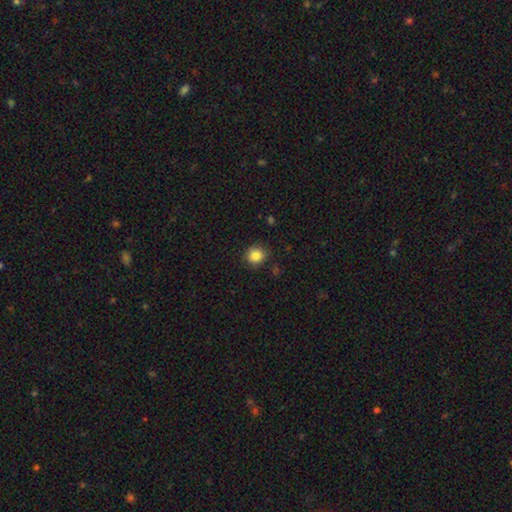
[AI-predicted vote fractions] Smooth or featured?
  - smooth: 85% *
  - star or artifact: 10%
  - featured or disk: 5%
How rounded?
  - round: 82% *
  - in between: 17%
  - cigar-shaped: 1%
Merging?
  - none: 86% *
  - minor disturbance: 10%
  - major disturbance: 2%
  - merger: 1%